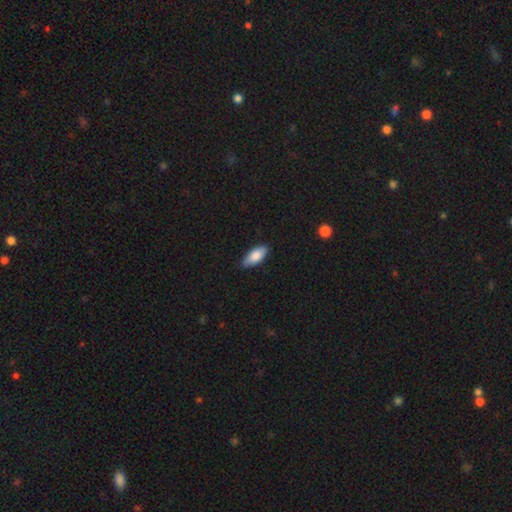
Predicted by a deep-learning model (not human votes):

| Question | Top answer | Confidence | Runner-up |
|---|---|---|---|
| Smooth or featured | smooth | 83% | featured or disk (11%) |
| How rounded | in between | 84% | cigar-shaped (14%) |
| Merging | none | 84% | minor disturbance (13%) |